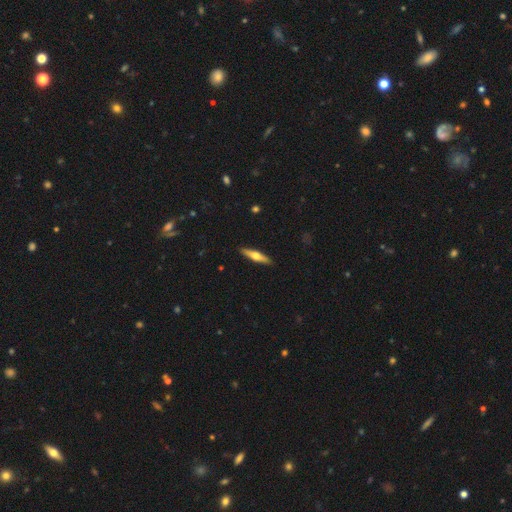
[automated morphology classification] Smooth or featured: featured or disk — 56% (smooth — 39%)
Edge-on disk: yes — 96% (no — 4%)
Edge-on bulge: rounded — 93% (boxy — 4%)
Merging: none — 91% (minor disturbance — 6%)